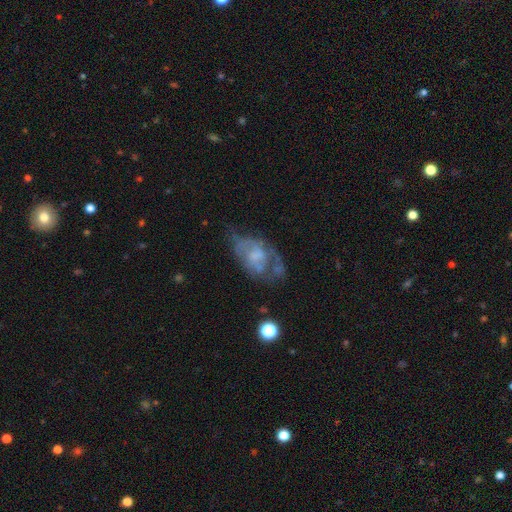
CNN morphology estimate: featured or disk 60%, smooth 29%, star or artifact 11%. Down the decision tree: edge-on disk — no (95%); bar — no (78%); spiral arms — no (69%); bulge size — none (44%); merging — none (35%).